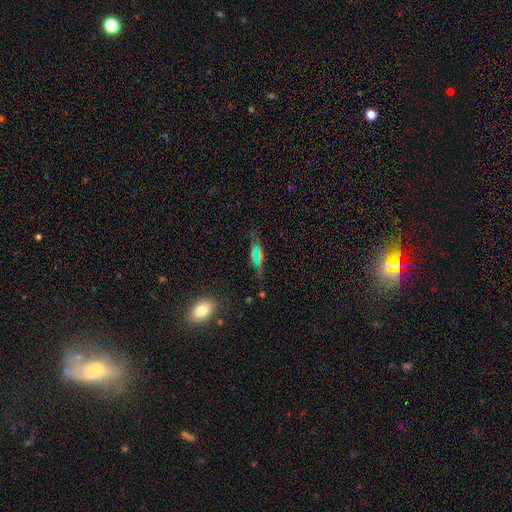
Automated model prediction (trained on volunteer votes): This is possibly a smooth galaxy (48%). Merging: likely none (67%).